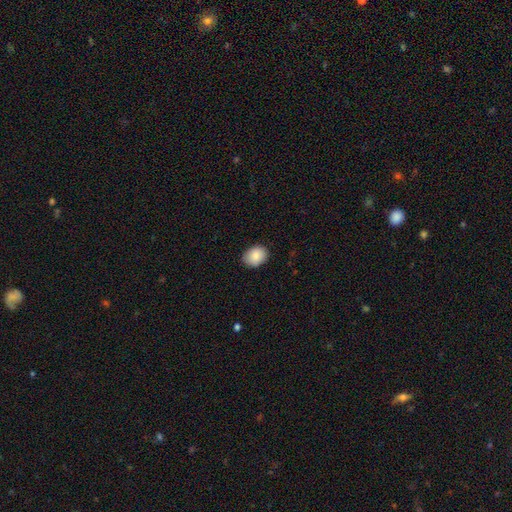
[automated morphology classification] Smooth or featured?
  - smooth: 86% *
  - star or artifact: 7%
  - featured or disk: 7%
How rounded?
  - in between: 64% *
  - round: 35%
  - cigar-shaped: 1%
Merging?
  - none: 88% *
  - minor disturbance: 10%
  - major disturbance: 2%
  - merger: 1%